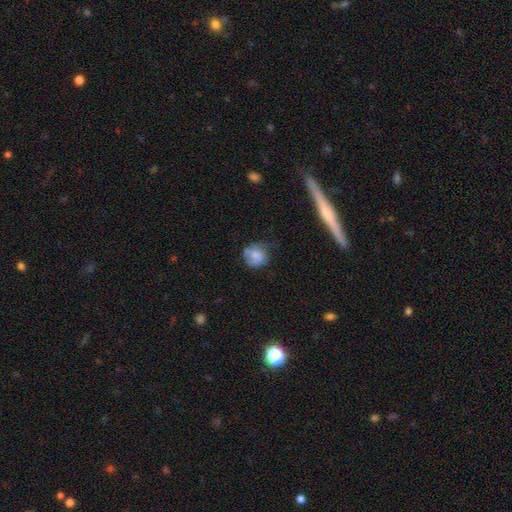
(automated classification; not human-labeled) A smooth galaxy with no disk features (74%) that is round (83%). Merging: none (49%).